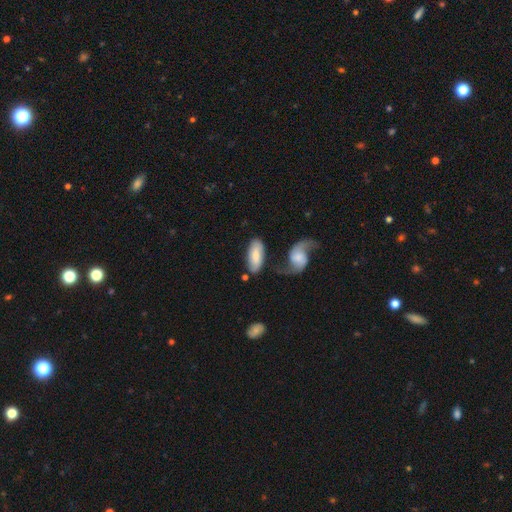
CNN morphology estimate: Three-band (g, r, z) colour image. It shows a smooth galaxy with no disk features (66%) that is in between round and cigar-shaped (86%). Merging: none (54%).